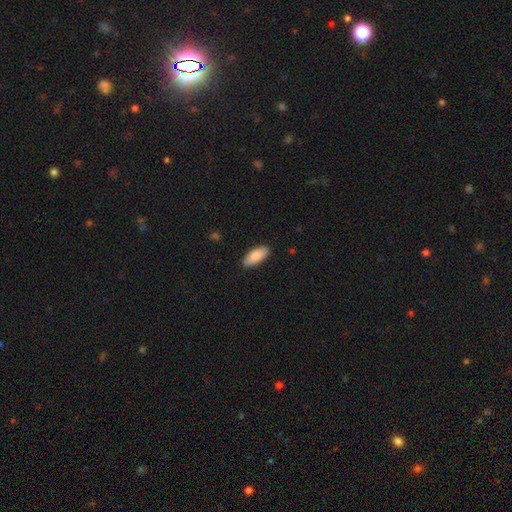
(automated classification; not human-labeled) Morphology: type=smooth (87%); roundness=in between (82%); merging=none (89%).